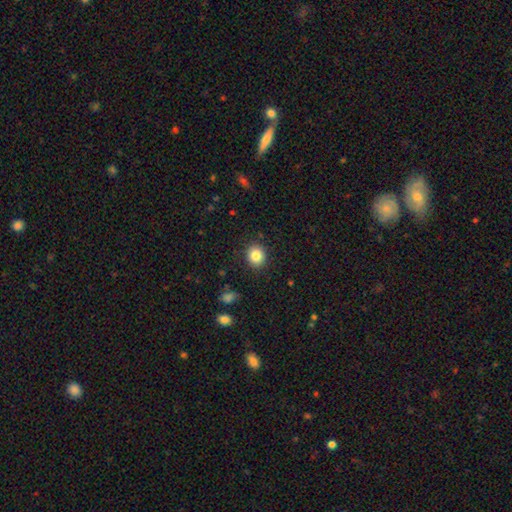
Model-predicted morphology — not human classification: A smooth galaxy with no disk features (84%) that is round (74%). Merging: none (89%).